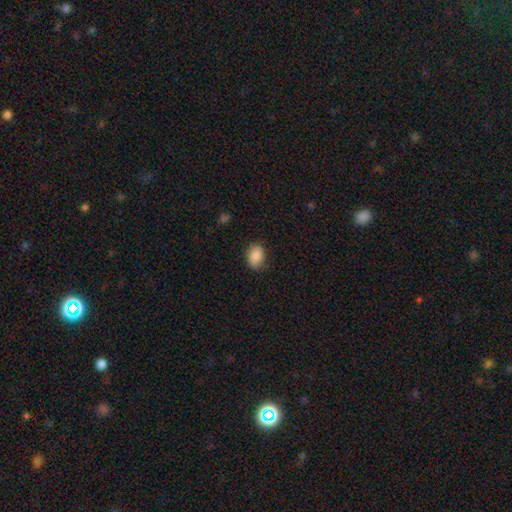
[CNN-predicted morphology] smooth_or_featured: smooth (p=0.88) [alt: star or artifact p=0.07]
how_rounded: in between (p=0.74) [alt: round p=0.25]
merging: none (p=0.84) [alt: minor disturbance p=0.12]